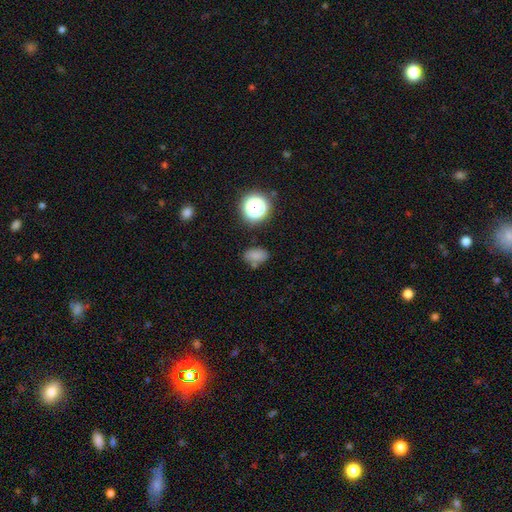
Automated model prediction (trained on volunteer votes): smooth_or_featured: smooth (p=0.74) [alt: star or artifact p=0.18]
how_rounded: in between (p=0.80) [alt: round p=0.18]
merging: none (p=0.70) [alt: minor disturbance p=0.17]